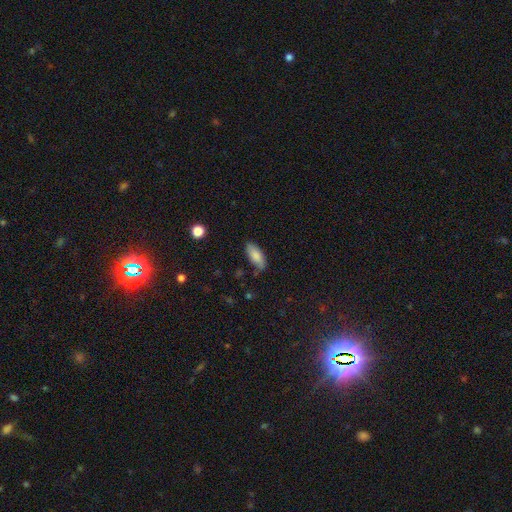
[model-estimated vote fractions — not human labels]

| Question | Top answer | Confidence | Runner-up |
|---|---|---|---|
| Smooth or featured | smooth | 83% | featured or disk (10%) |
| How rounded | in between | 85% | cigar-shaped (13%) |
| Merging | none | 76% | minor disturbance (18%) |